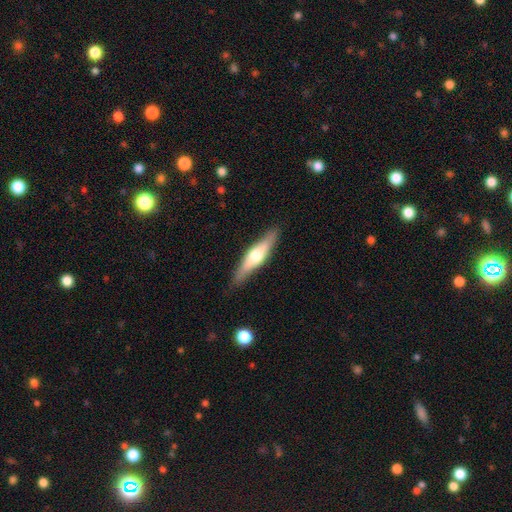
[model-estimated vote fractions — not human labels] smooth_or_featured: featured or disk (p=0.53) [alt: smooth p=0.41]
disk_edge_on: yes (p=0.90) [alt: no p=0.10]
merging: none (p=0.86) [alt: minor disturbance p=0.10]